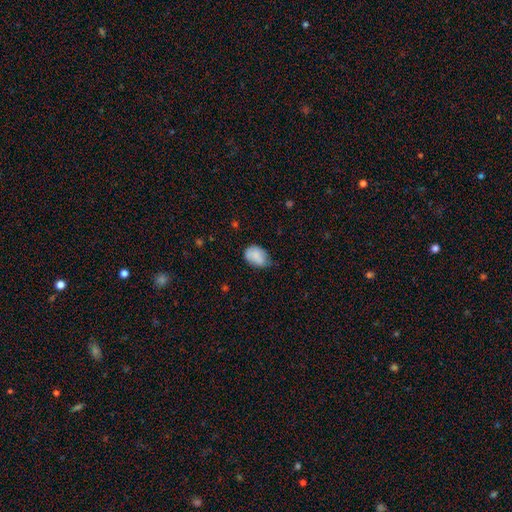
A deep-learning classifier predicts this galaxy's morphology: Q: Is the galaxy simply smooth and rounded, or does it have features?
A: smooth — 81%.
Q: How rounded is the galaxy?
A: in between — 75%.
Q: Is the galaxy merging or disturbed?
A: minor disturbance — 45%.